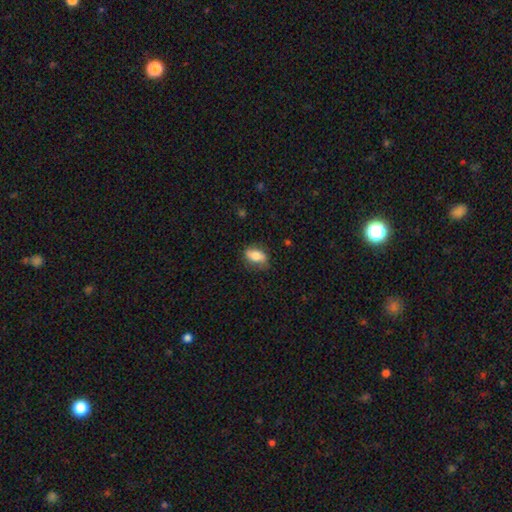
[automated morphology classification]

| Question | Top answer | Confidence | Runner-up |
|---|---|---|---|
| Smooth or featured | smooth | 73% | featured or disk (20%) |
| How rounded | in between | 86% | round (8%) |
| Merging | none | 74% | minor disturbance (19%) |